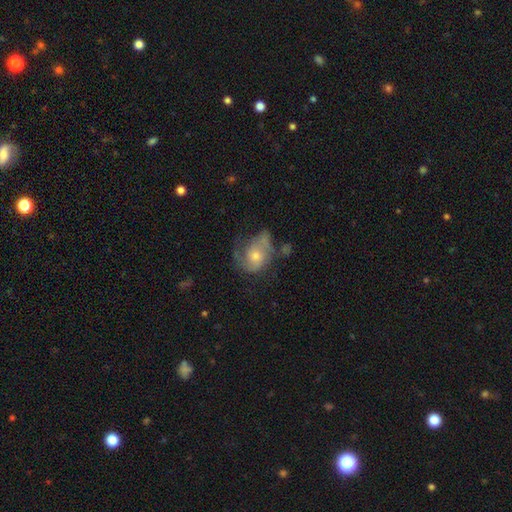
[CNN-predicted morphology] Smooth or featured? featured or disk (66%)
Edge-on disk? no (97%)
Bar? no (74%)
Spiral arms? yes (83%)
Spiral winding? medium (45%)
Spiral arm count? 2 (57%)
Bulge size? moderate (56%)
Merging? none (43%)